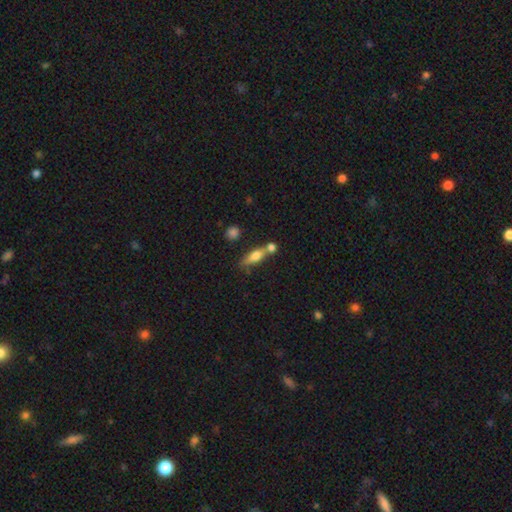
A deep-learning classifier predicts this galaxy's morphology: The model was most divided on "how rounded": in between: 49%, cigar-shaped: 45%, round: 6%. Remaining: smooth or featured — smooth (67%); merging — none (47%).